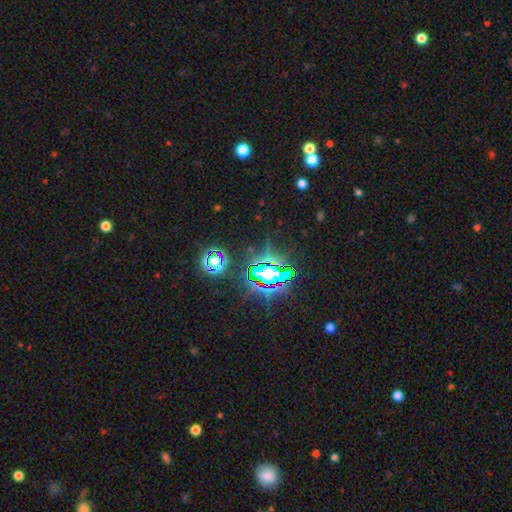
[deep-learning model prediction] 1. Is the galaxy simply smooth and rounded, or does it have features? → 83% star or artifact, 10% smooth, 7% featured or disk.